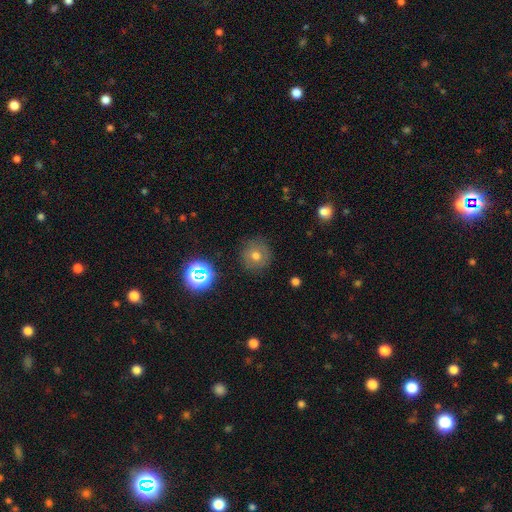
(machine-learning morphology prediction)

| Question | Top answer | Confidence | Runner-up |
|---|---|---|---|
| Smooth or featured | smooth | 67% | star or artifact (18%) |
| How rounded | round | 94% | in between (5%) |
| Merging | none | 86% | minor disturbance (9%) |